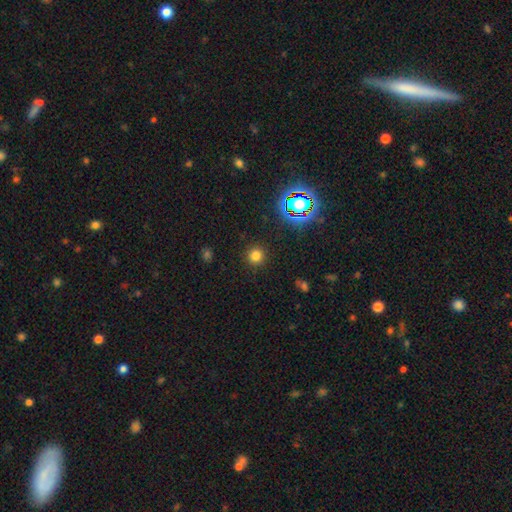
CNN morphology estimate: smooth_or_featured: smooth (p=0.75) [alt: star or artifact p=0.19]
how_rounded: round (p=0.94) [alt: in between p=0.05]
merging: none (p=0.91) [alt: minor disturbance p=0.05]